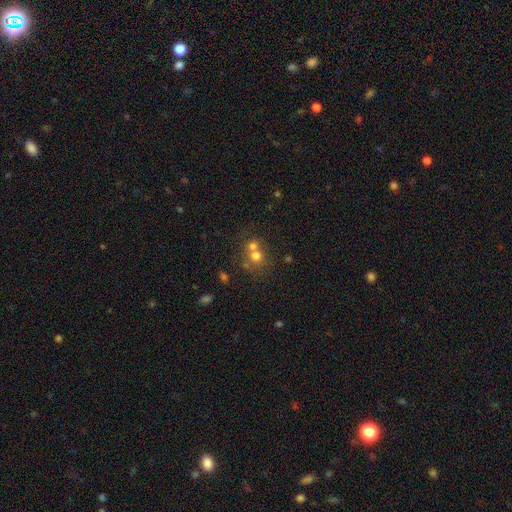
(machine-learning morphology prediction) Smooth or featured? Predicted: smooth (p=0.67). How rounded? Predicted: round (p=0.82). Merging? Predicted: merger (p=0.52).